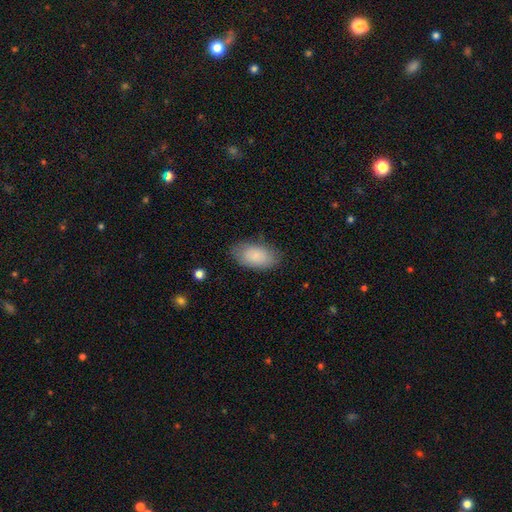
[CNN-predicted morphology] Q: Smooth or featured?
A: smooth (86%); runner-up: featured or disk (8%)
Q: How rounded?
A: in between (94%); runner-up: round (4%)
Q: Merging?
A: none (78%); runner-up: minor disturbance (16%)